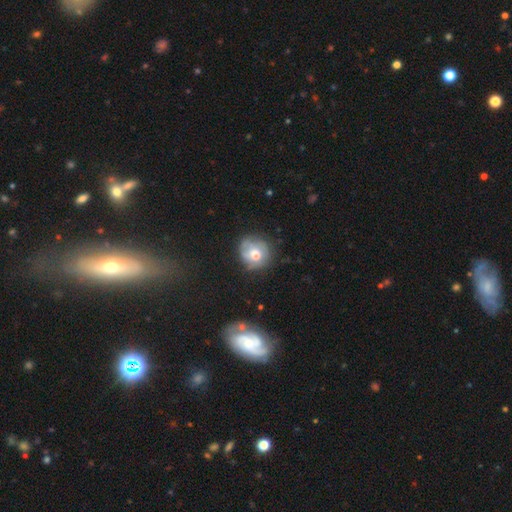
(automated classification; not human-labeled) Morphology: type=smooth (53%); roundness=round (86%); merging=none (65%).